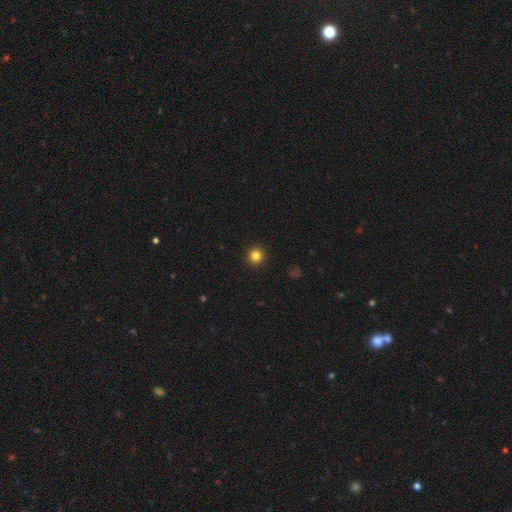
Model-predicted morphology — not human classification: The model was most divided on "smooth or featured": smooth: 83%, star or artifact: 12%, featured or disk: 4%. More confident: how rounded — round (95%); merging — none (93%).